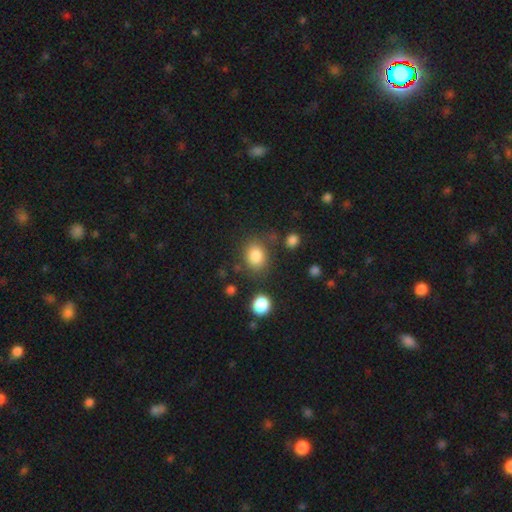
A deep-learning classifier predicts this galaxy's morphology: Smooth or featured: smooth — 84% (star or artifact — 10%)
How rounded: round — 54% (in between — 45%)
Merging: none — 73% (minor disturbance — 14%)